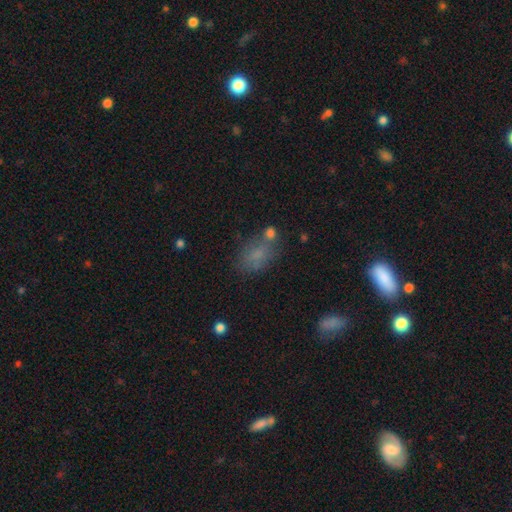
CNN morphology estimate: Smooth or featured? smooth (70%)
How rounded? in between (82%)
Merging? none (48%)